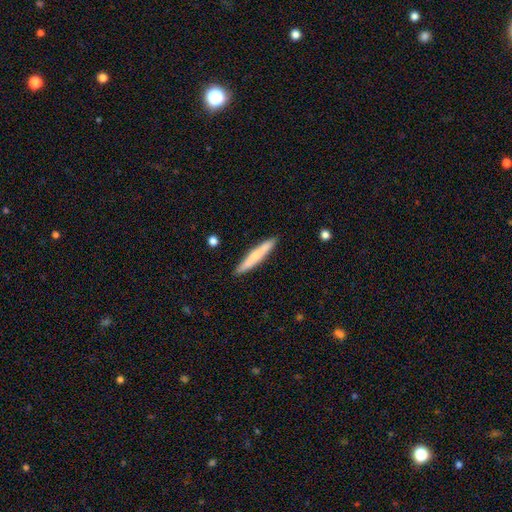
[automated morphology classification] Smooth or featured? Predicted: smooth (p=0.63). How rounded? Predicted: cigar-shaped (p=0.94). Merging? Predicted: none (p=0.90).